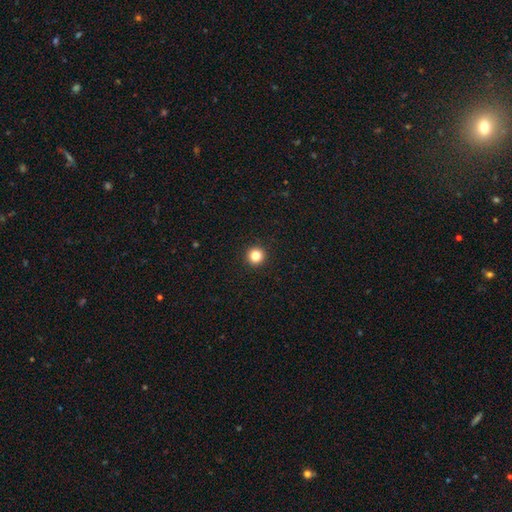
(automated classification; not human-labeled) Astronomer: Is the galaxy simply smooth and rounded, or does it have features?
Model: smooth — 83%.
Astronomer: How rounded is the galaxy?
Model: round — 96%.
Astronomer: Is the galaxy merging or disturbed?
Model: none — 94%.